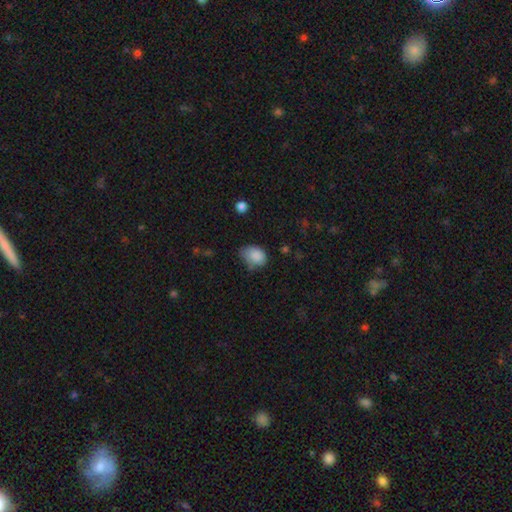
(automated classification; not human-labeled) Smooth or featured?
  - smooth: 85% *
  - star or artifact: 9%
  - featured or disk: 6%
How rounded?
  - in between: 72% *
  - round: 27%
  - cigar-shaped: 1%
Merging?
  - none: 48% *
  - minor disturbance: 38%
  - major disturbance: 10%
  - merger: 3%